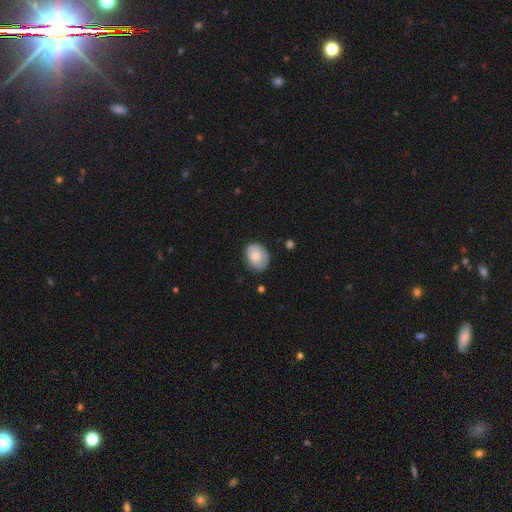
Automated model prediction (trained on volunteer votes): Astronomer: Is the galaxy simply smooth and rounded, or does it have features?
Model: smooth — 71%.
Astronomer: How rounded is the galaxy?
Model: in between — 58% (runner-up: round, 41%).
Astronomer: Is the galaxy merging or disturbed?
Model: none — 71%.